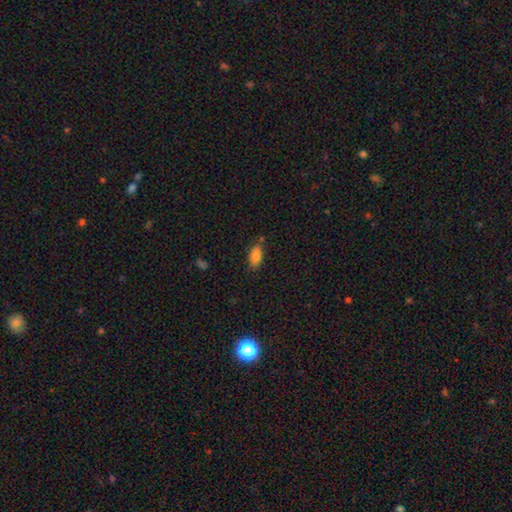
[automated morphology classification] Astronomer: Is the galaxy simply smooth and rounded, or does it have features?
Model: smooth — 83%.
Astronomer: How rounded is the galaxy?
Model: in between — 90%.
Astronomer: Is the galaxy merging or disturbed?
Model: none — 70%.